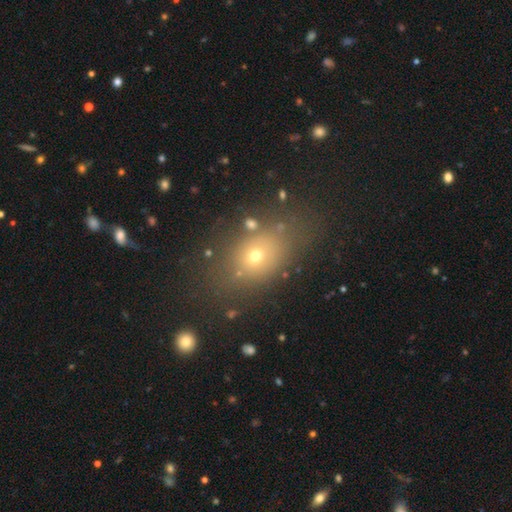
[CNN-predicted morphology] Smooth or featured?
  - smooth: 65% *
  - star or artifact: 20%
  - featured or disk: 15%
How rounded?
  - in between: 62% *
  - round: 36%
  - cigar-shaped: 2%
Merging?
  - none: 69% *
  - minor disturbance: 16%
  - major disturbance: 10%
  - merger: 6%